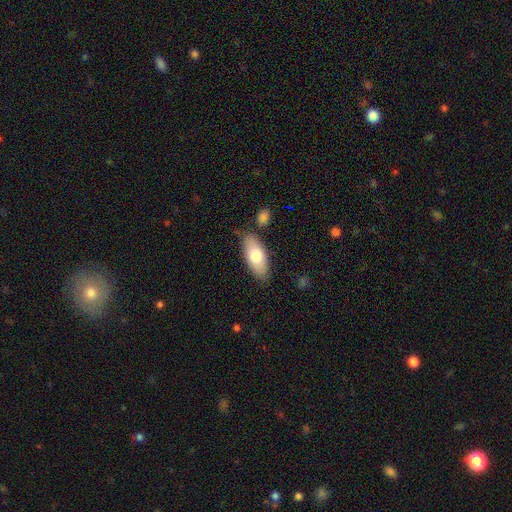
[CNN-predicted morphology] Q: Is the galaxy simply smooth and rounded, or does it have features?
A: smooth — 74%.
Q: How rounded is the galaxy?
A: in between — 84%.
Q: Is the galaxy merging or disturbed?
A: none — 80%.